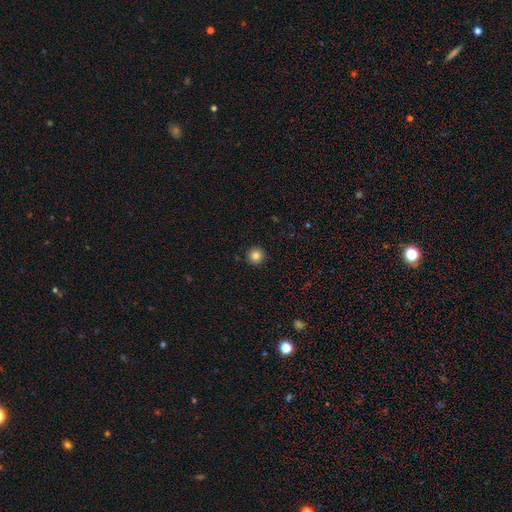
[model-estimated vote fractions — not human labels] smooth-or-featured: smooth: 84% | star or artifact: 11% | featured or disk: 5%
  how-rounded: round: 96% | in between: 3% | cigar-shaped: 1%
  merging: none: 92% | minor disturbance: 5% | major disturbance: 2% | merger: 1%